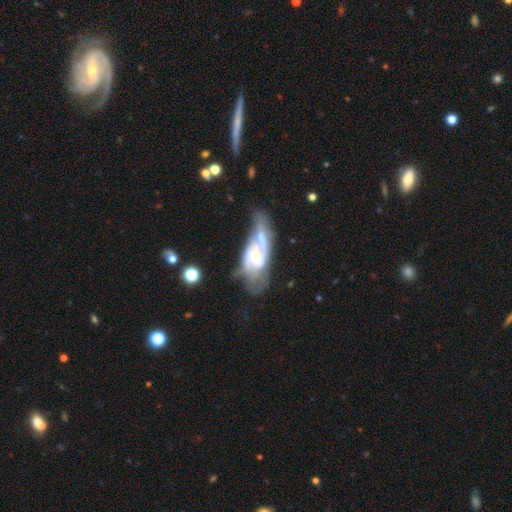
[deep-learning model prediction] A featured or disk galaxy (75%) with no bar (57%), 2 (48%) tight (42%, tied with medium) spiral arms (86%) and a small central bulge (47%).

Vote fractions:
- Smooth or featured? featured or disk: 75% / smooth: 18% / star or artifact: 7%
- Edge-on disk? no: 92% / yes: 8%
- Bar? no: 57% / weak: 32% / strong: 11%
- Spiral arms? yes: 86% / no: 14%
- Spiral winding? tight: 42% (tied) / medium: 42% (tied) / loose: 16%
- Spiral arm count? 2: 48% / can't tell: 27% / 3: 12% / 1: 8% / 4: 3% / more than 4: 2%
- Bulge size? small: 47% / moderate: 26% / none: 17% / large: 7% / dominant: 2%
- Merging? none: 38% / major disturbance: 25% / minor disturbance: 24% / merger: 13%